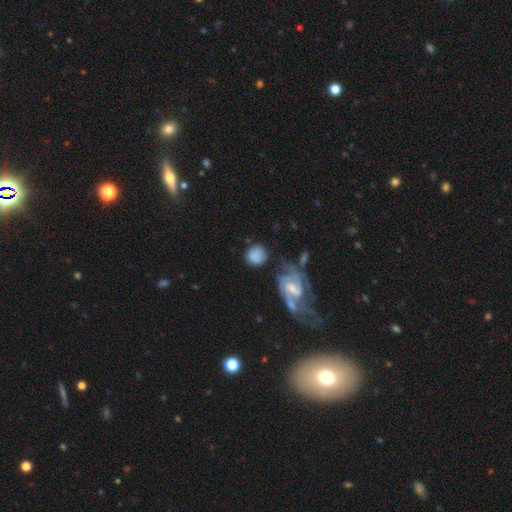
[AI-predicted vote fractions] smooth 64%, featured or disk 27%, star or artifact 9%. Down the decision tree: how rounded — round (79%); merging — none (54%).